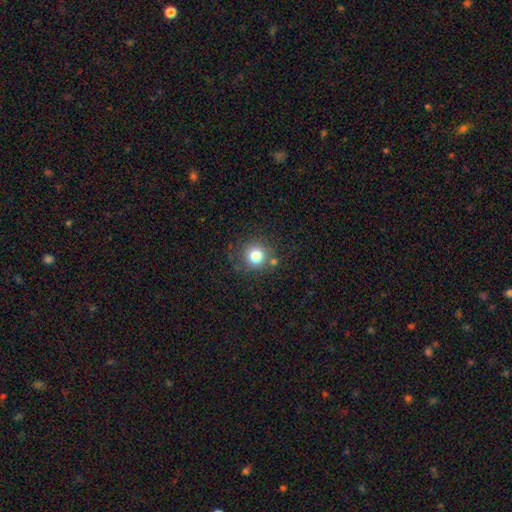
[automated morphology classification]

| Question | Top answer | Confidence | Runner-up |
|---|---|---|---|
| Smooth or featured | smooth | 79% | star or artifact (13%) |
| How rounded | round | 93% | in between (6%) |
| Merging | none | 78% | minor disturbance (11%) |